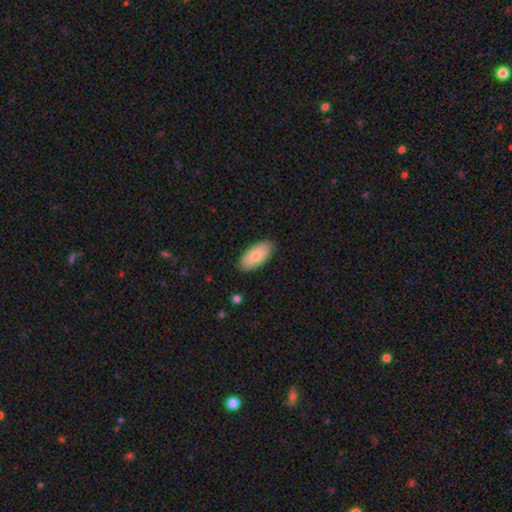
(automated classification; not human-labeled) A smooth galaxy with no disk features (81%) that is in between round and cigar-shaped (95%).

Vote fractions:
- Smooth or featured? smooth: 81% / featured or disk: 14% / star or artifact: 6%
- How rounded? in between: 95% / cigar-shaped: 3% / round: 2%
- Merging? none: 87% / minor disturbance: 11% / major disturbance: 2% / merger: 1%